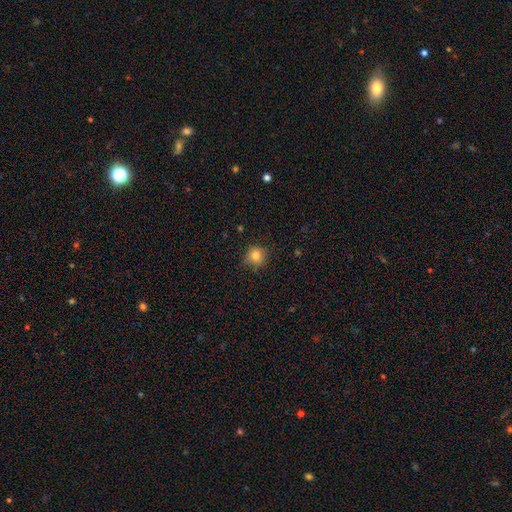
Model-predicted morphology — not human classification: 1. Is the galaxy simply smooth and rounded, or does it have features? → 79% smooth, 13% star or artifact, 8% featured or disk.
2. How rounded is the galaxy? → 89% round, 10% in between, 1% cigar-shaped.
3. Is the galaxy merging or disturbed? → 78% none, 17% minor disturbance, 4% major disturbance, 1% merger.